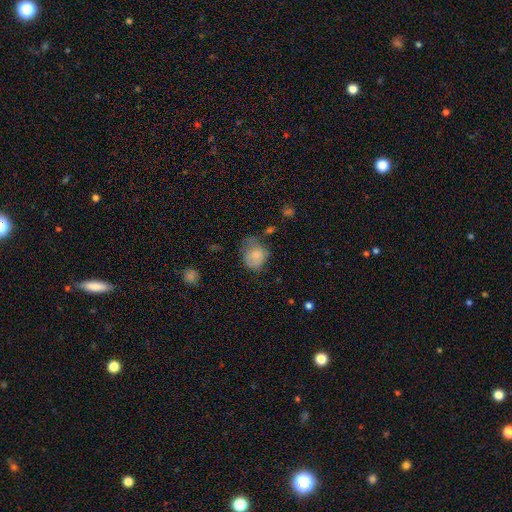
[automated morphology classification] A smooth galaxy with no disk features (75%) that is round (64%).

Vote fractions:
- Smooth or featured? smooth: 75% / featured or disk: 16% / star or artifact: 9%
- How rounded? round: 64% / in between: 35% / cigar-shaped: 1%
- Merging? none: 40% / minor disturbance: 36% / major disturbance: 20% / merger: 5%